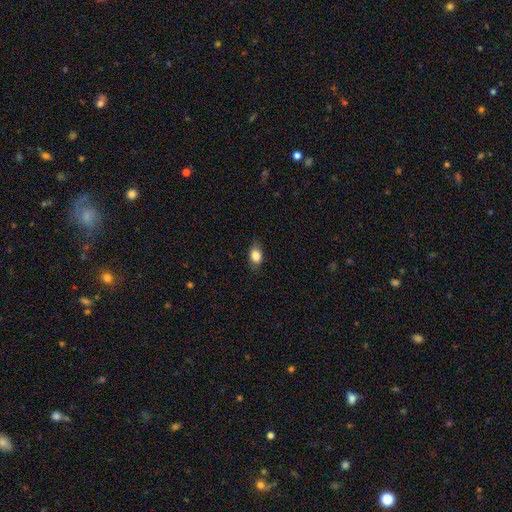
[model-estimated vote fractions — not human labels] Q: Smooth or featured?
A: smooth (85%); runner-up: star or artifact (8%)
Q: How rounded?
A: in between (76%); runner-up: round (22%)
Q: Merging?
A: none (80%); runner-up: minor disturbance (15%)